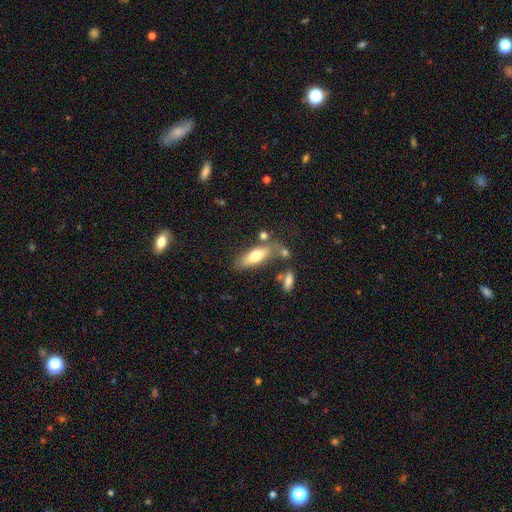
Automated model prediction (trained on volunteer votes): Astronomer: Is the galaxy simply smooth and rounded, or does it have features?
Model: smooth — 67%.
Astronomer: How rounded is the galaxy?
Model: in between — 63%.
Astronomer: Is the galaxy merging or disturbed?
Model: none — 63%.